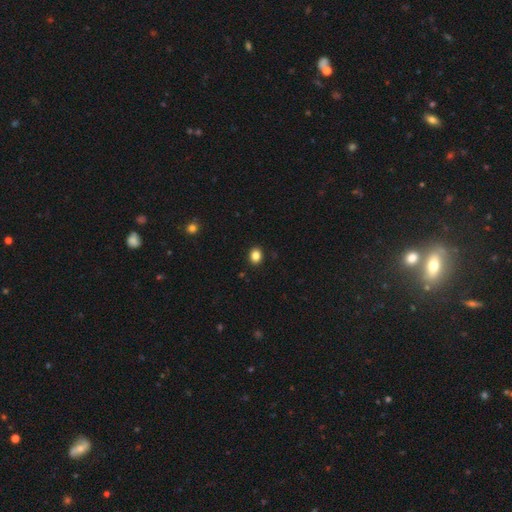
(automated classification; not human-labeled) Morphology: type=smooth (85%); roundness=round (59%); merging=none (91%).